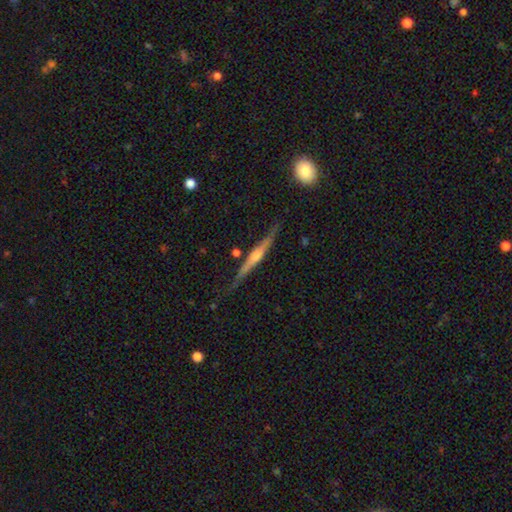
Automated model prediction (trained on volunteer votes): Morphology: type=featured or disk (75%); edge-on=yes (97%); edge-on bulge=rounded (74%); merging=none (81%).